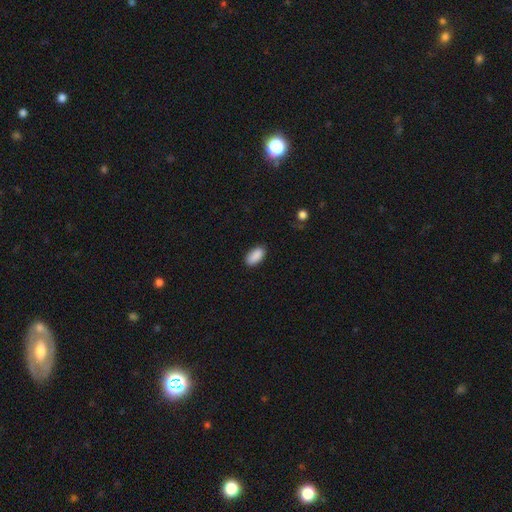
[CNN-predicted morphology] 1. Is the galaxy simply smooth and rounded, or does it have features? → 90% smooth, 7% star or artifact, 3% featured or disk.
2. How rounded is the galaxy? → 92% in between, 6% cigar-shaped, 2% round.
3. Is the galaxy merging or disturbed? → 85% none, 11% minor disturbance, 2% major disturbance, 1% merger.